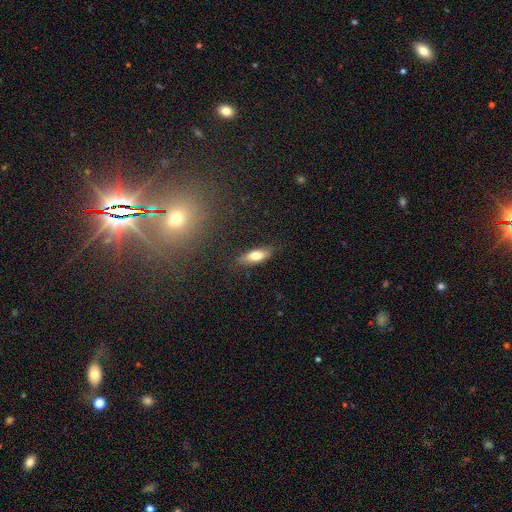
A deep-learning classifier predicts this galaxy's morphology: Smooth or featured? Predicted: smooth (p=0.69). How rounded? Predicted: in between (p=0.65). Merging? Predicted: none (p=0.85).